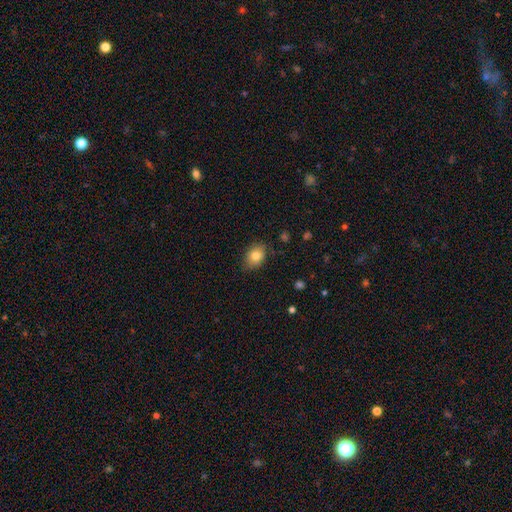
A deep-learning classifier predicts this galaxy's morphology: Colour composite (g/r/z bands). It shows a smooth galaxy with no disk features (81%) that is in between round and cigar-shaped (67%). Merging: none (82%).